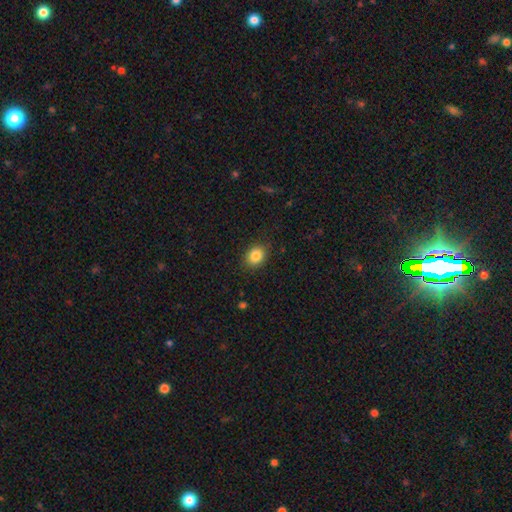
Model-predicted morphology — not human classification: A smooth galaxy with no disk features (85%) that is in between round and cigar-shaped (55%).

Vote fractions:
- Smooth or featured? smooth: 85% / star or artifact: 9% / featured or disk: 5%
- How rounded? in between: 55% / round: 45% / cigar-shaped: 1%
- Merging? none: 86% / minor disturbance: 10% / major disturbance: 3% / merger: 1%